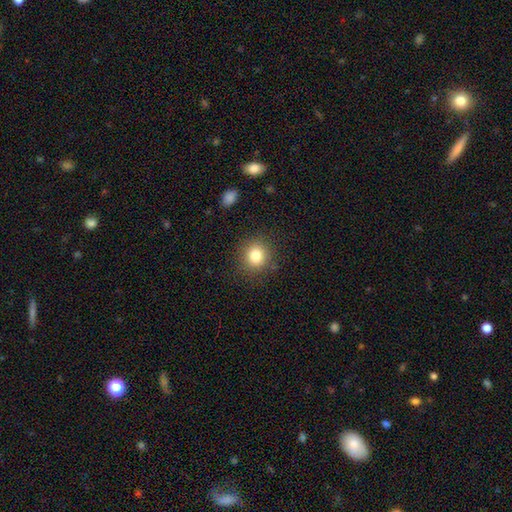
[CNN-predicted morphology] smooth_or_featured: smooth (p=0.82) [alt: star or artifact p=0.11]
how_rounded: round (p=0.83) [alt: in between p=0.16]
merging: none (p=0.87) [alt: minor disturbance p=0.09]